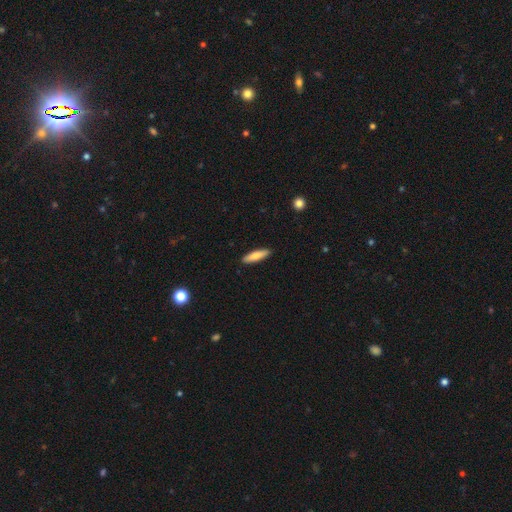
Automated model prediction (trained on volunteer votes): Smooth or featured? smooth (78%)
How rounded? cigar-shaped (73%)
Merging? none (91%)